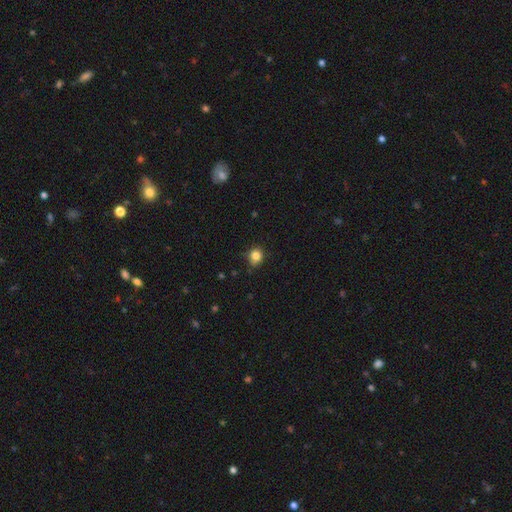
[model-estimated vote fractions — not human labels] Q: Smooth or featured?
A: smooth (83%); runner-up: star or artifact (12%)
Q: How rounded?
A: round (77%); runner-up: in between (22%)
Q: Merging?
A: none (71%); runner-up: minor disturbance (23%)